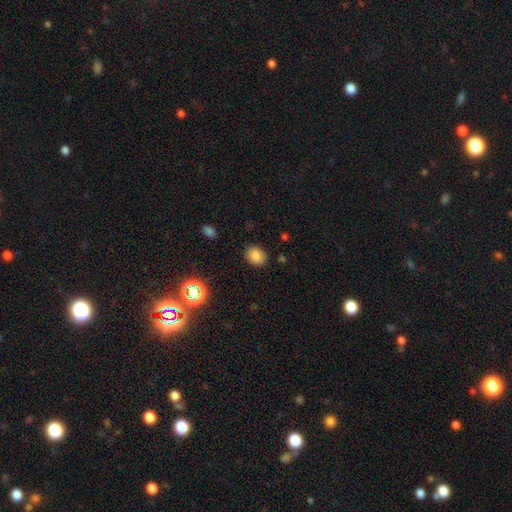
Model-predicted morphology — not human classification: smooth-or-featured: smooth: 83% | star or artifact: 12% | featured or disk: 5%
  how-rounded: in between: 57% | round: 43% | cigar-shaped: 1%
  merging: none: 87% | minor disturbance: 9% | major disturbance: 3% | merger: 1%